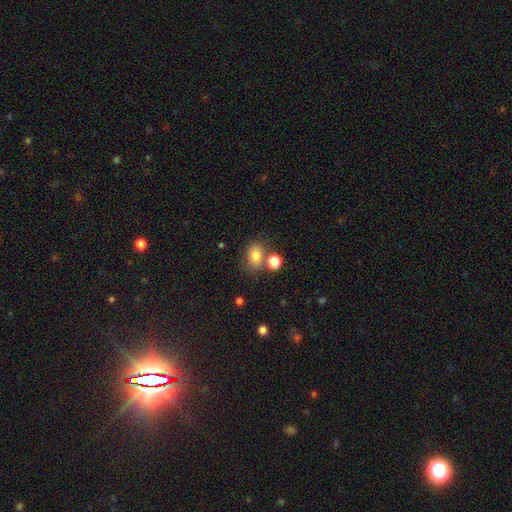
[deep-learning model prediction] smooth_or_featured: smooth (p=0.78) [alt: star or artifact p=0.12]
how_rounded: in between (p=0.65) [alt: round p=0.33]
merging: none (p=0.62) [alt: merger p=0.19]